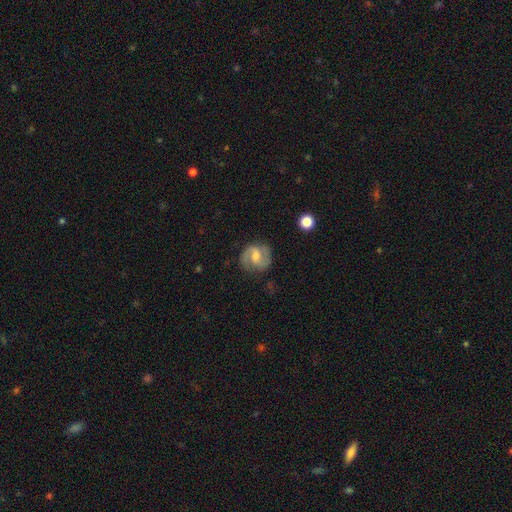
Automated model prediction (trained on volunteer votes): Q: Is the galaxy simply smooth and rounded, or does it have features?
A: featured or disk — 74%.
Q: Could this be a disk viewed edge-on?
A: no — 98%.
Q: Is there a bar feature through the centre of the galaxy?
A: weak — 53%.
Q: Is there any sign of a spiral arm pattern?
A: yes — 93%.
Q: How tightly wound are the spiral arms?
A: medium — 52%.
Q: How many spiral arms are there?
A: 2 — 88%.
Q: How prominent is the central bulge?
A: moderate — 47%.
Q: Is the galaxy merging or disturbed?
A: none — 77%.